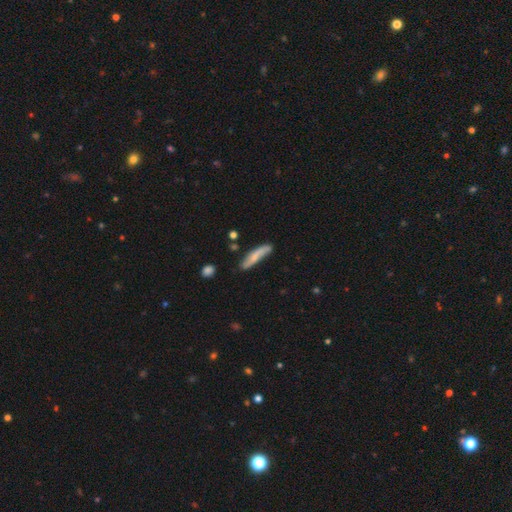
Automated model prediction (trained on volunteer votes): Smooth or featured? Predicted: smooth (p=0.59). How rounded? Predicted: cigar-shaped (p=0.81). Merging? Predicted: none (p=0.64).